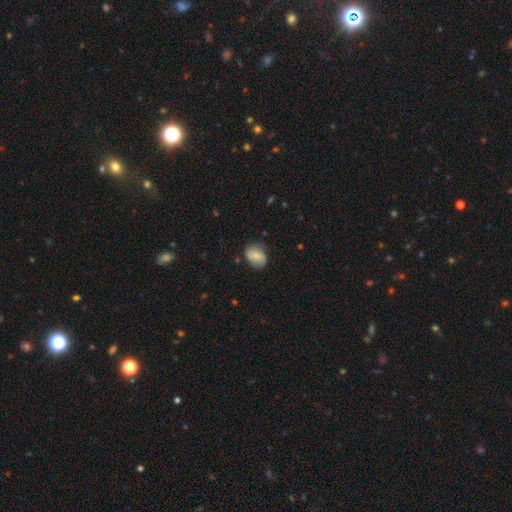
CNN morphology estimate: A smooth galaxy with no disk features (71%) that is in between round and cigar-shaped (66%).

Vote fractions:
- Smooth or featured? smooth: 71% / featured or disk: 21% / star or artifact: 8%
- How rounded? in between: 66% / round: 33% / cigar-shaped: 1%
- Merging? none: 67% / minor disturbance: 25% / major disturbance: 7% / merger: 2%